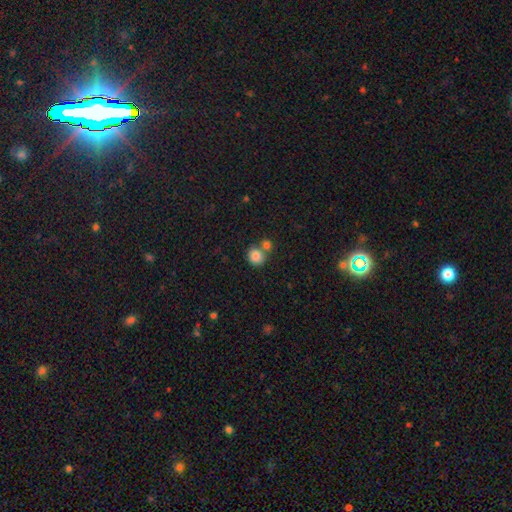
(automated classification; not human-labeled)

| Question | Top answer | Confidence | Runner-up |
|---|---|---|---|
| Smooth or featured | smooth | 84% | star or artifact (10%) |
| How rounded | round | 83% | in between (16%) |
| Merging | none | 54% | merger (33%) |